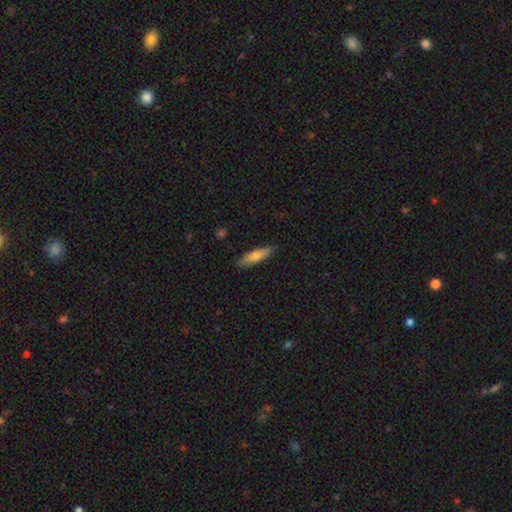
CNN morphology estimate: smooth-or-featured: smooth: 76% | featured or disk: 18% | star or artifact: 6%
  how-rounded: cigar-shaped: 64% | in between: 34% | round: 2%
  merging: none: 86% | minor disturbance: 11% | major disturbance: 2% | merger: 1%